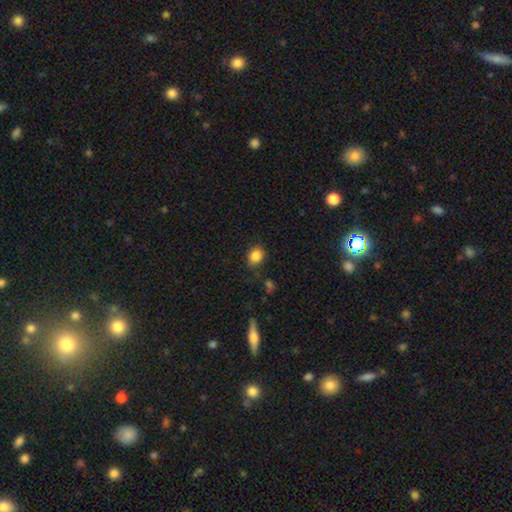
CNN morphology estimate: This appears to be a smooth galaxy with no disk features (85%) that is round (56%). Merging: none (79%).